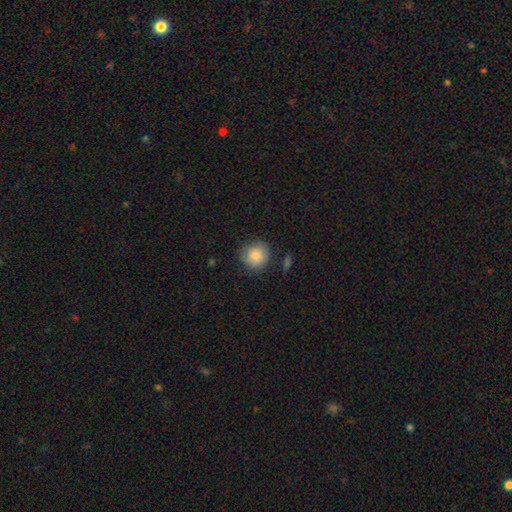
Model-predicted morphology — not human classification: smooth 86%, star or artifact 7%, featured or disk 6%. Down the decision tree: how rounded — round (91%); merging — none (80%).